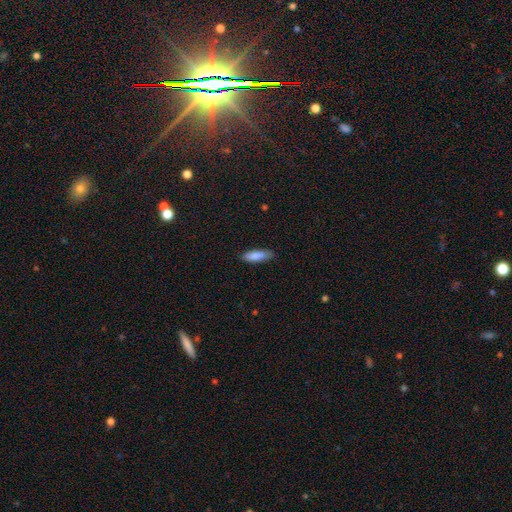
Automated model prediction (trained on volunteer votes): Smooth or featured?
  - smooth: 87% *
  - featured or disk: 7%
  - star or artifact: 6%
How rounded?
  - in between: 55% *
  - cigar-shaped: 43%
  - round: 1%
Merging?
  - none: 81% *
  - minor disturbance: 15%
  - major disturbance: 2%
  - merger: 1%